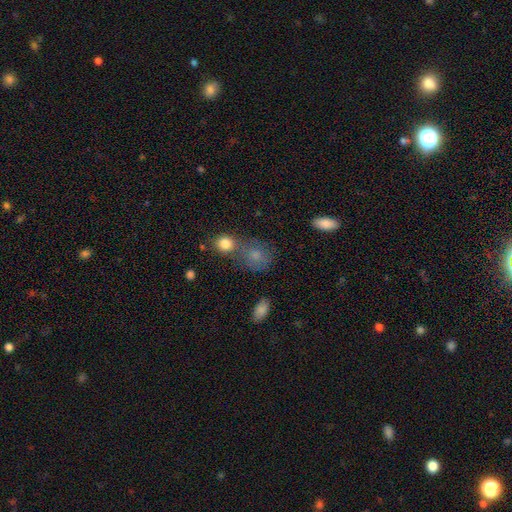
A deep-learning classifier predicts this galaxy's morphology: Q: Smooth or featured?
A: smooth (76%); runner-up: featured or disk (12%)
Q: How rounded?
A: round (73%); runner-up: in between (26%)
Q: Merging?
A: none (46%); runner-up: merger (31%)